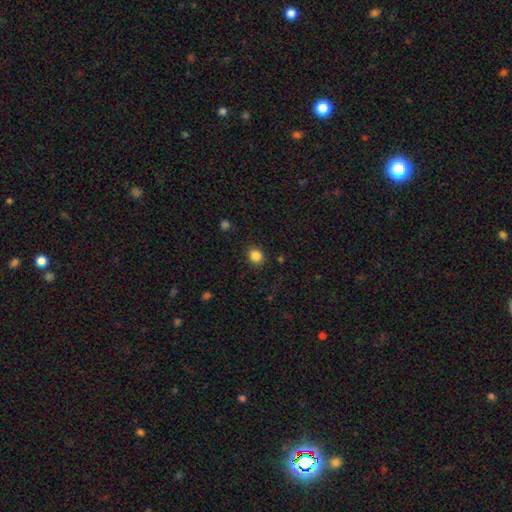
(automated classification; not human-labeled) A smooth galaxy with no disk features (84%) that is round (77%).

Vote fractions:
- Smooth or featured? smooth: 84% / star or artifact: 11% / featured or disk: 4%
- How rounded? round: 77% / in between: 22% / cigar-shaped: 1%
- Merging? none: 88% / minor disturbance: 8% / major disturbance: 3% / merger: 1%